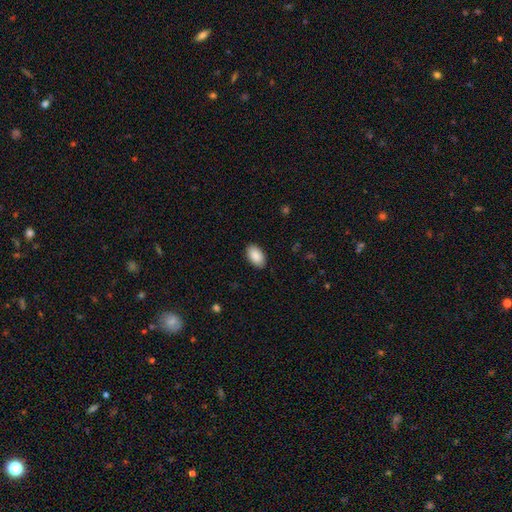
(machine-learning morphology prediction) Smooth or featured?
  - smooth: 90% *
  - star or artifact: 6%
  - featured or disk: 4%
How rounded?
  - in between: 95% *
  - round: 3%
  - cigar-shaped: 1%
Merging?
  - none: 88% *
  - minor disturbance: 9%
  - major disturbance: 2%
  - merger: 1%